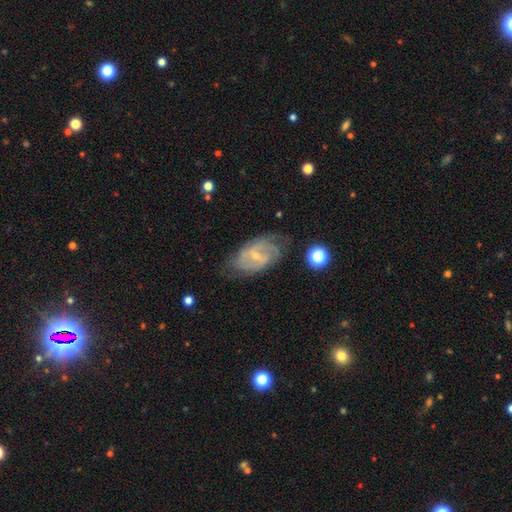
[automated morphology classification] Smooth or featured: featured or disk — 79% (smooth — 14%)
Edge-on disk: no — 95% (yes — 5%)
Bar: weak — 55% (no — 23%)
Spiral arms: yes — 91% (no — 9%)
Spiral winding: medium — 43% (tight — 41%)
Spiral arm count: 2 — 53% (can't tell — 27%)
Bulge size: small — 69% (moderate — 26%)
Merging: none — 67% (minor disturbance — 23%)